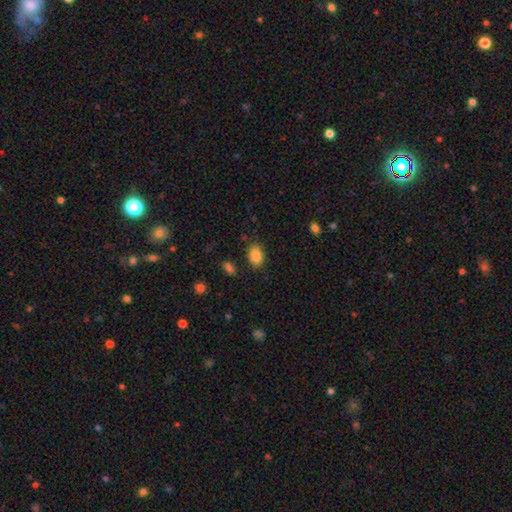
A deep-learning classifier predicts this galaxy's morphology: Overall: smooth (87%). How rounded: in between (84%). Merging: none (81%).